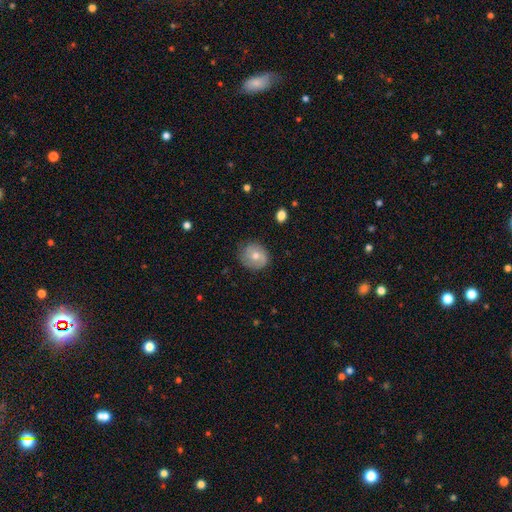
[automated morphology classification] type=smooth (46%); merging=none (79%).